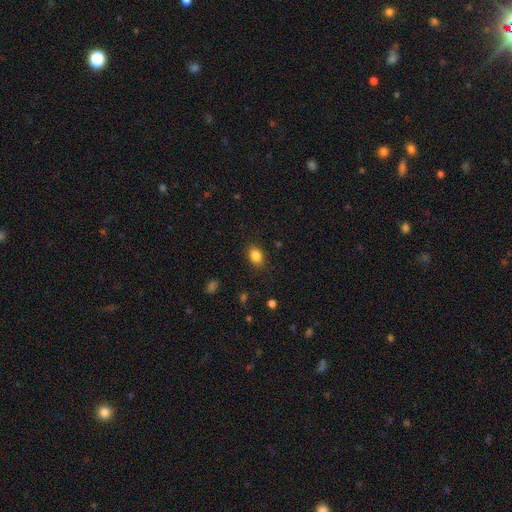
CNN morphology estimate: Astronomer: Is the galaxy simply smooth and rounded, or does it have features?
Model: smooth — 86%.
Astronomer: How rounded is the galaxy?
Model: in between — 80%.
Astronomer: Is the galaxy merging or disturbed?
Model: none — 86%.